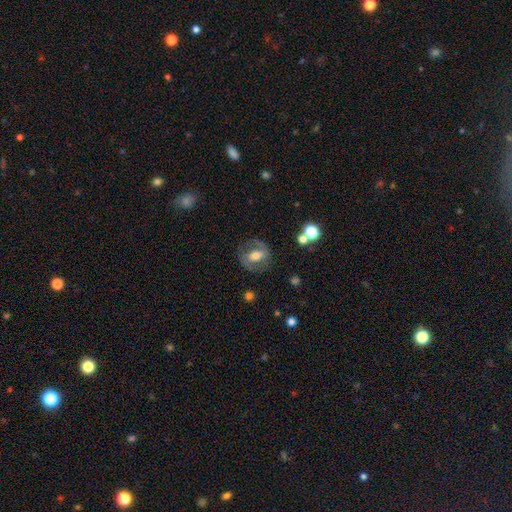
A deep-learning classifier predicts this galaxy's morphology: Smooth or featured: featured or disk — 57% (smooth — 35%)
Edge-on disk: no — 95% (yes — 5%)
Bar: weak — 39% (no — 34%)
Spiral arms: yes — 61% (no — 39%)
Bulge size: moderate — 62% (large — 17%)
Merging: none — 73% (minor disturbance — 15%)